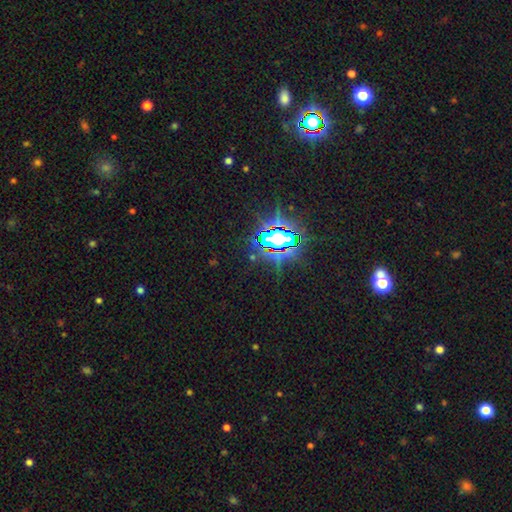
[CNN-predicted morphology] Smooth or featured? star or artifact (84%)